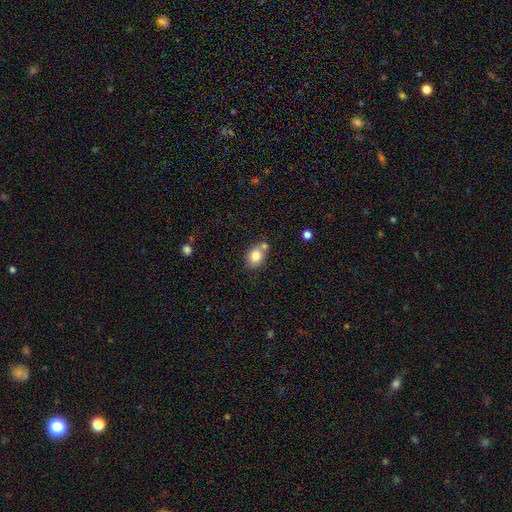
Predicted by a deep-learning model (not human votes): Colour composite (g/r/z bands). It shows a smooth galaxy with no disk features (81%) that is in between round and cigar-shaped (59%). Merging: none (59%).